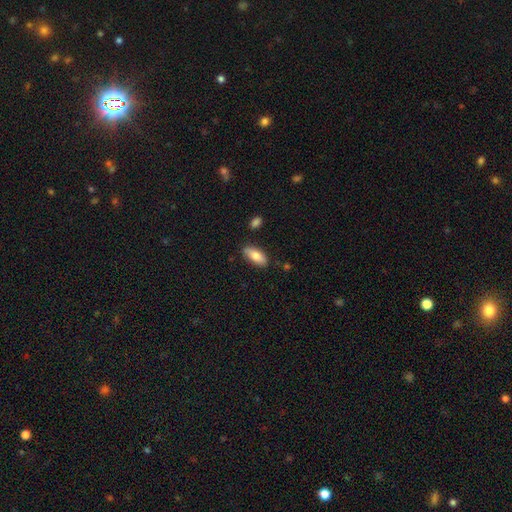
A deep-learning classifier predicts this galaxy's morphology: smooth 80%, featured or disk 14%, star or artifact 6%. Down the decision tree: how rounded — in between (84%); merging — none (83%).